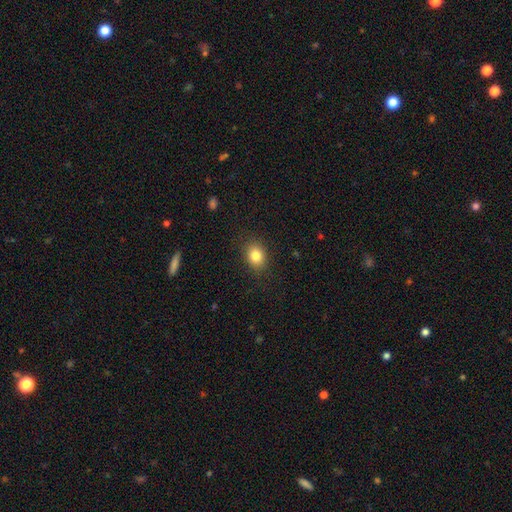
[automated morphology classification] Q: Smooth or featured?
A: smooth (83%); runner-up: star or artifact (10%)
Q: How rounded?
A: in between (51%); runner-up: round (48%)
Q: Merging?
A: none (86%); runner-up: minor disturbance (10%)